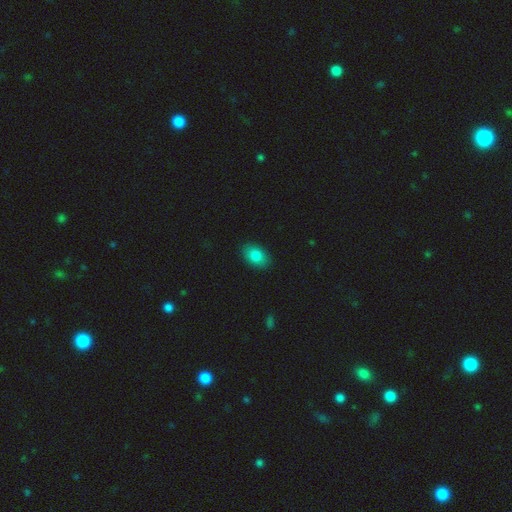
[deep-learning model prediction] This appears to be a smooth galaxy with no disk features (83%) that is in between round and cigar-shaped (87%). Merging: none (89%).